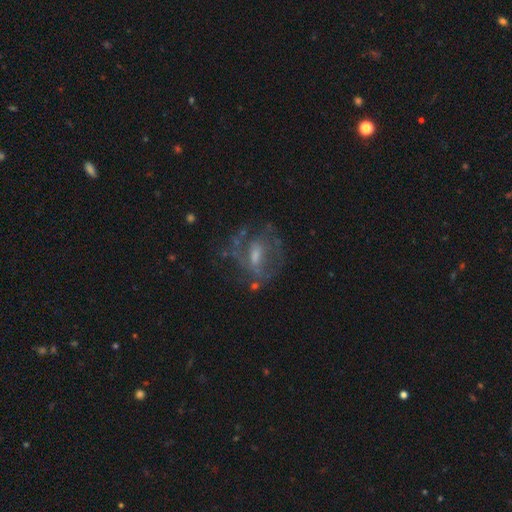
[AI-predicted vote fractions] Smooth or featured? featured or disk (67%)
Edge-on disk? no (95%)
Bar? weak (46%)
Spiral arms? yes (55%)
Bulge size? moderate (44%)
Merging? none (55%)